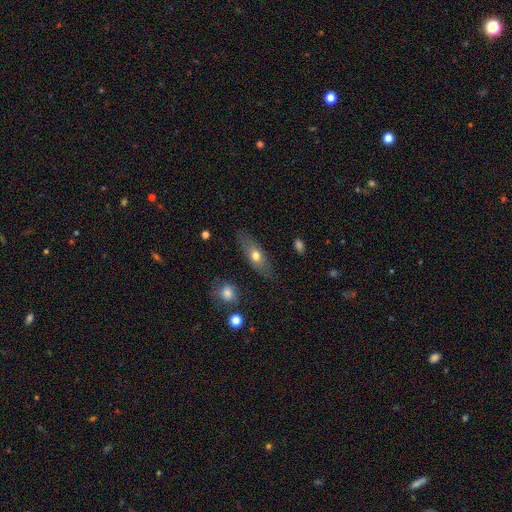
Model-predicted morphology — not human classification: This is possibly a smooth galaxy (59%). How rounded: possibly in between (58%). Merging: clearly none (82%).